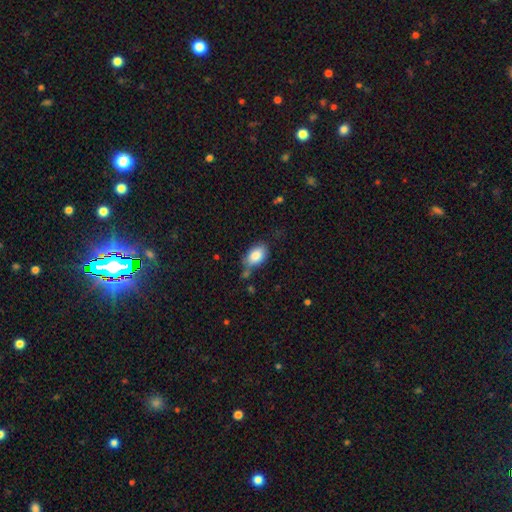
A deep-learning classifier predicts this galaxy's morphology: smooth_or_featured: smooth (p=0.85) [alt: star or artifact p=0.07]
how_rounded: in between (p=0.87) [alt: round p=0.11]
merging: none (p=0.60) [alt: minor disturbance p=0.25]